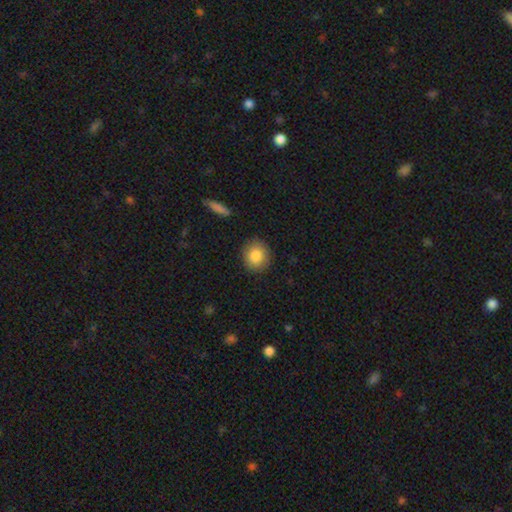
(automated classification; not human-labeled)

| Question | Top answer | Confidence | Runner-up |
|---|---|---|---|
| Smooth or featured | smooth | 86% | star or artifact (8%) |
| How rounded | round | 82% | in between (17%) |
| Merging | none | 87% | minor disturbance (9%) |